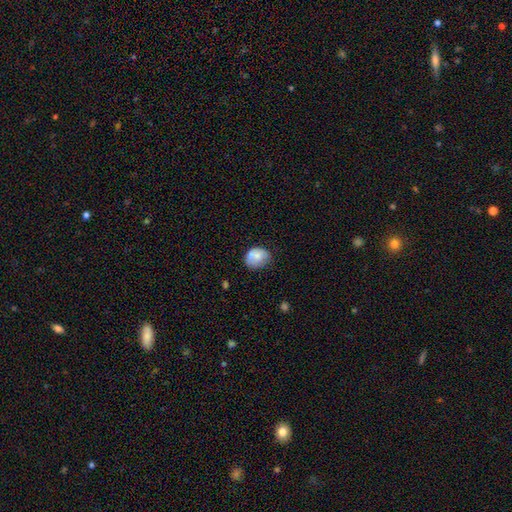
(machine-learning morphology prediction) smooth 74%, featured or disk 18%, star or artifact 8%. Down the decision tree: how rounded — in between (50%); merging — none (54%).